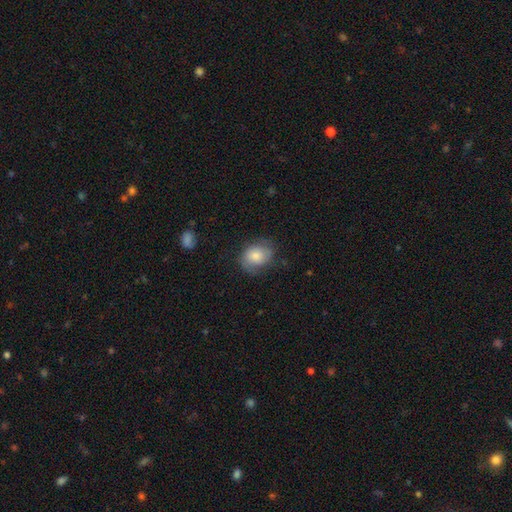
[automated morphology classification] Smooth or featured? Predicted: smooth (p=0.75). How rounded? Predicted: in between (p=0.53). Merging? Predicted: none (p=0.66).